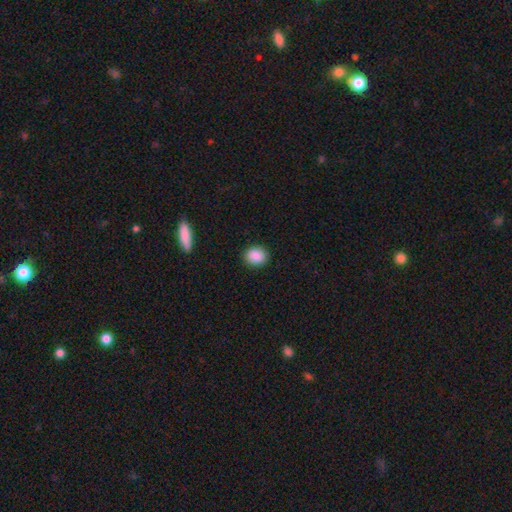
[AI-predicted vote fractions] Overall: smooth (88%). How rounded: round (62%; in between 37%). Merging: none (90%).